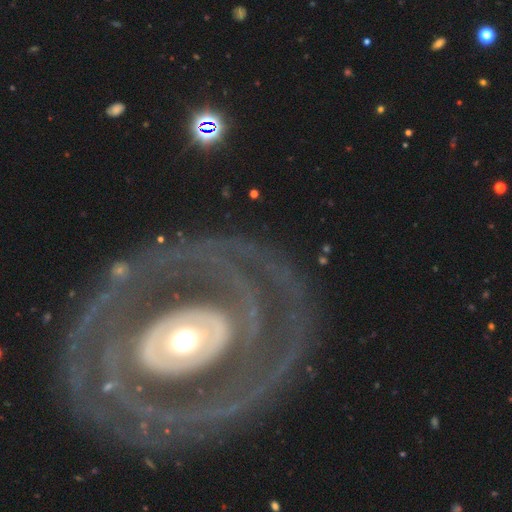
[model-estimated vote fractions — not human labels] A featured or disk galaxy (85%) with no bar (66%), 2 (32%) tight (74%) spiral arms (78%) and a moderate central bulge (61%).

Vote fractions:
- Smooth or featured? featured or disk: 85% / smooth: 10% / star or artifact: 5%
- Edge-on disk? no: 96% / yes: 4%
- Bar? no: 66% / weak: 19% / strong: 16%
- Spiral arms? yes: 78% / no: 22%
- Spiral winding? tight: 74% / medium: 18% / loose: 7%
- Spiral arm count? 2: 32% / can't tell: 30% / 3: 12% / 1: 9% / more than 4: 8% / 4: 8%
- Bulge size? moderate: 61% / large: 18% / small: 17% / dominant: 3% / none: 1%
- Merging? none: 77% / minor disturbance: 12% / major disturbance: 9% / merger: 2%